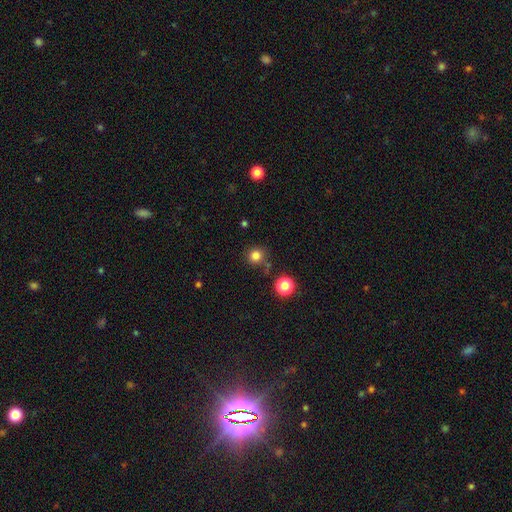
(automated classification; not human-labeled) Overall: smooth (81%). How rounded: round (93%). Merging: none (80%).